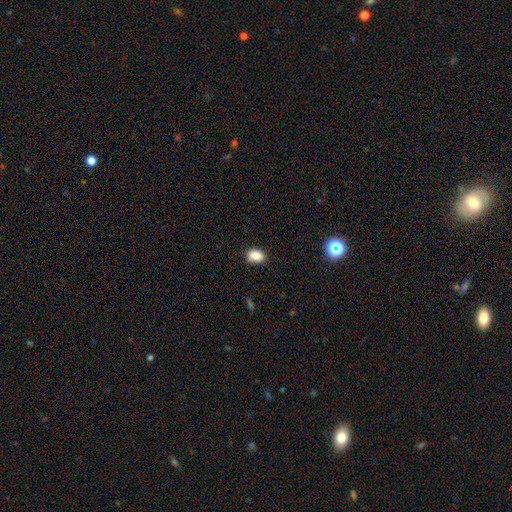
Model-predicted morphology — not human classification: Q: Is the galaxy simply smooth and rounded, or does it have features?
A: smooth — 88%.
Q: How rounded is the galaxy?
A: in between — 76%.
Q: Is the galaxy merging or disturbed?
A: none — 79%.